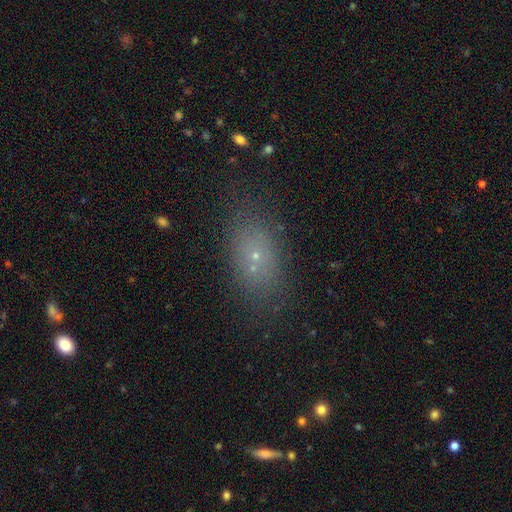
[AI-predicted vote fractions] Q: Smooth or featured?
A: smooth (61%); runner-up: star or artifact (21%)
Q: How rounded?
A: in between (79%); runner-up: round (15%)
Q: Merging?
A: none (77%); runner-up: minor disturbance (13%)